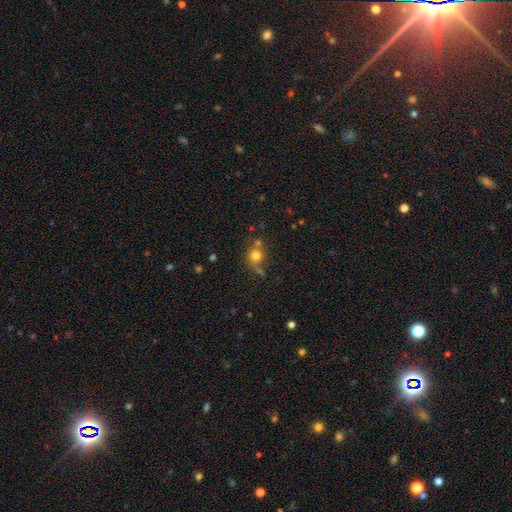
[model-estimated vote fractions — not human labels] This appears to be a smooth galaxy with no disk features (74%) that is round (85%). Merging: none (61%).